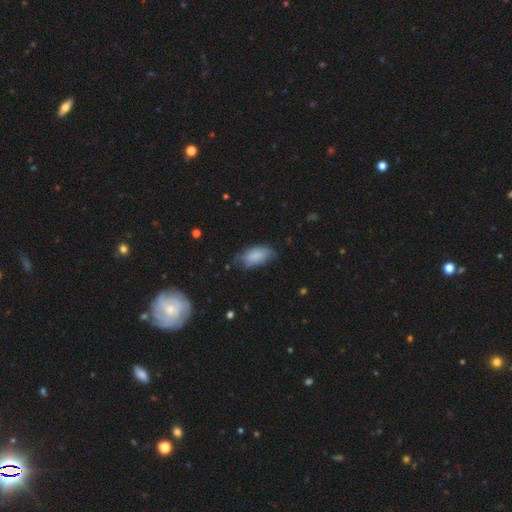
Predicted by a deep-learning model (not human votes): A smooth galaxy with no disk features (78%) that is in between round and cigar-shaped (92%).

Vote fractions:
- Smooth or featured? smooth: 78% / featured or disk: 16% / star or artifact: 7%
- How rounded? in between: 92% / cigar-shaped: 5% / round: 3%
- Merging? none: 56% / minor disturbance: 33% / major disturbance: 9% / merger: 2%